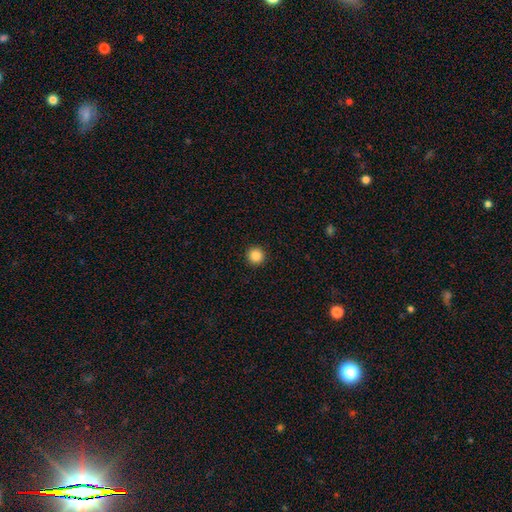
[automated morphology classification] A smooth galaxy with no disk features (86%) that is round (96%). Merging: none (94%).